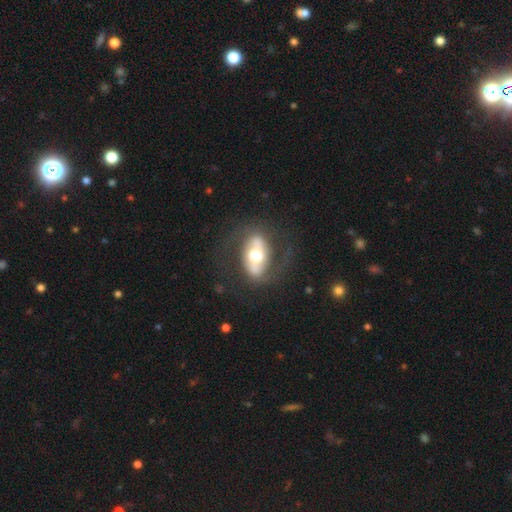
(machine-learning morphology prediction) This appears to be a featured or disk galaxy (62%) with a strong bar (38%), spiral arms (56%) and a moderate central bulge (64%). Merging: none (70%).